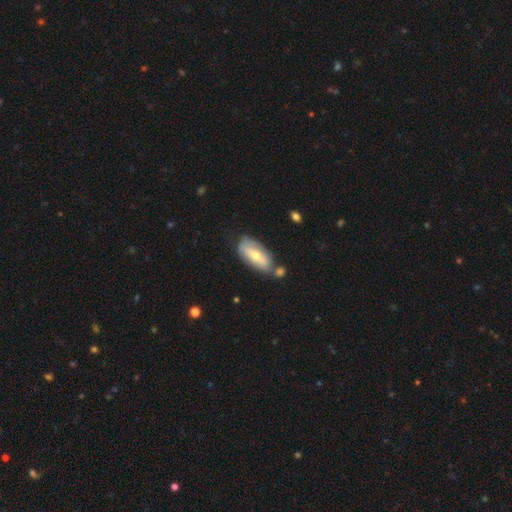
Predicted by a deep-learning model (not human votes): Smooth or featured? smooth (50%)
How rounded? in between (85%)
Merging? none (56%)